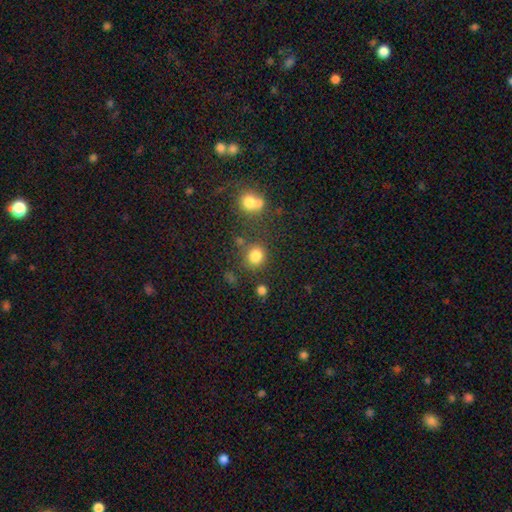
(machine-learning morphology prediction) smooth_or_featured: smooth (p=0.82) [alt: star or artifact p=0.13]
how_rounded: round (p=0.80) [alt: in between p=0.19]
merging: none (p=0.73) [alt: minor disturbance p=0.12]